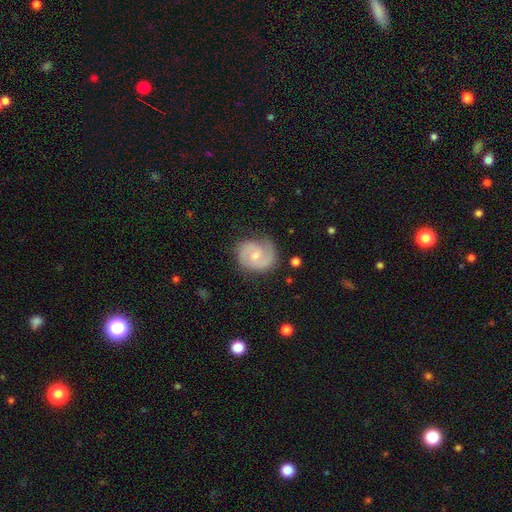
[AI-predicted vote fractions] This appears to be a featured or disk galaxy (78%) with no bar (48%), 2 (82%) medium (49%) spiral arms (95%) and a small central bulge (49%). Merging: none (74%).